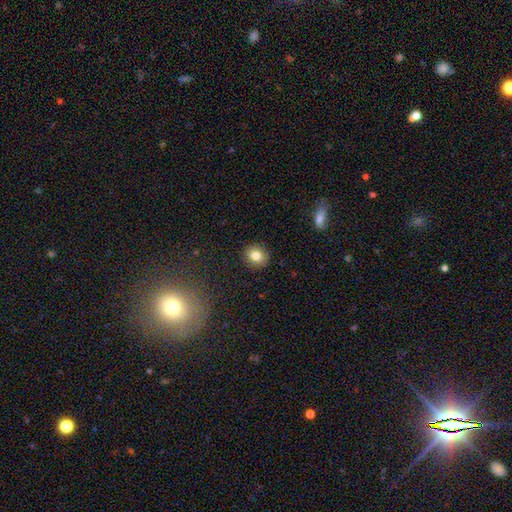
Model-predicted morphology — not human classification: smooth_or_featured: smooth (p=0.82) [alt: star or artifact p=0.10]
how_rounded: round (p=0.82) [alt: in between p=0.17]
merging: none (p=0.91) [alt: minor disturbance p=0.06]